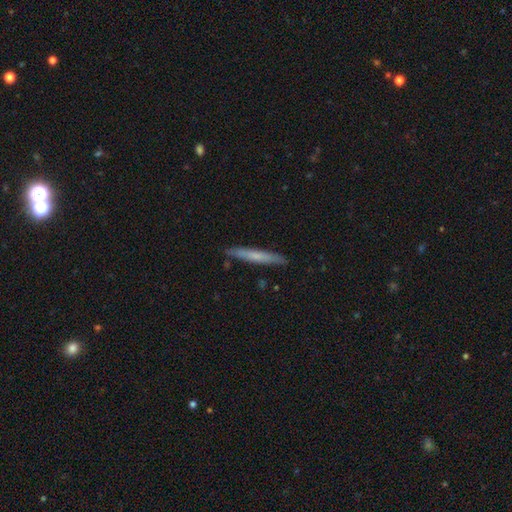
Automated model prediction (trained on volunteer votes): smooth-or-featured: smooth: 59% | featured or disk: 36% | star or artifact: 6%
  how-rounded: cigar-shaped: 96% | in between: 3% | round: 1%
  merging: none: 88% | minor disturbance: 9% | major disturbance: 2% | merger: 1%